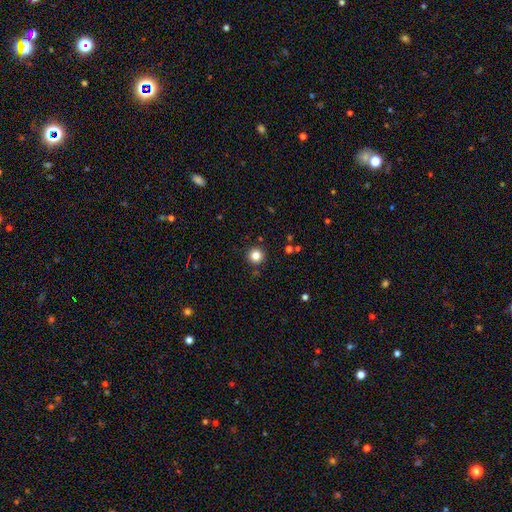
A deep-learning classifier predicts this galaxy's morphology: Overall: smooth (83%). How rounded: round (96%). Merging: none (91%).